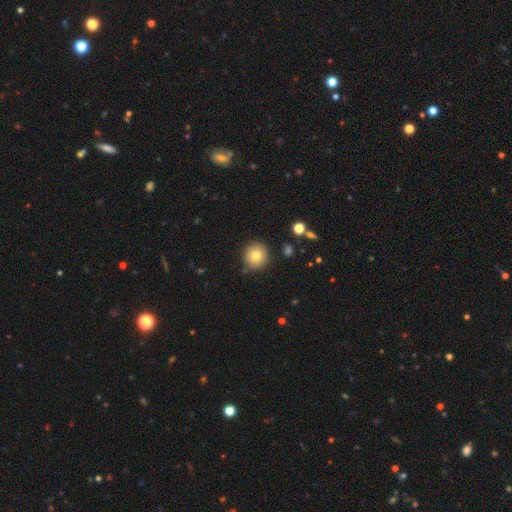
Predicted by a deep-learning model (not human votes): Smooth or featured? Predicted: smooth (p=0.79). How rounded? Predicted: round (p=0.93). Merging? Predicted: none (p=0.87).